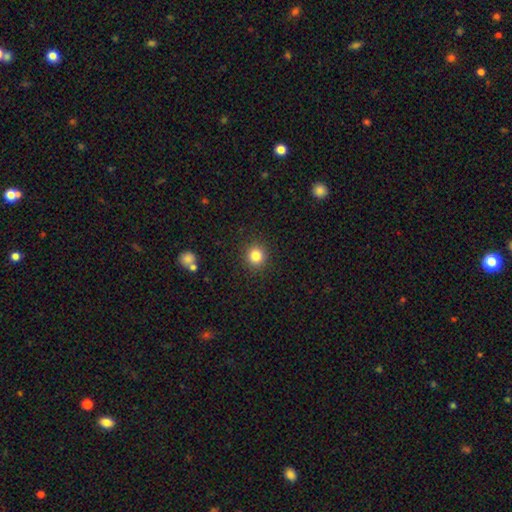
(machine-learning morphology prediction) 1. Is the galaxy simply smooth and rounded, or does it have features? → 83% smooth, 11% star or artifact, 5% featured or disk.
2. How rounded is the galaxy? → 89% round, 10% in between, 1% cigar-shaped.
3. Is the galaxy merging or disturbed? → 91% none, 6% minor disturbance, 2% major disturbance, 1% merger.